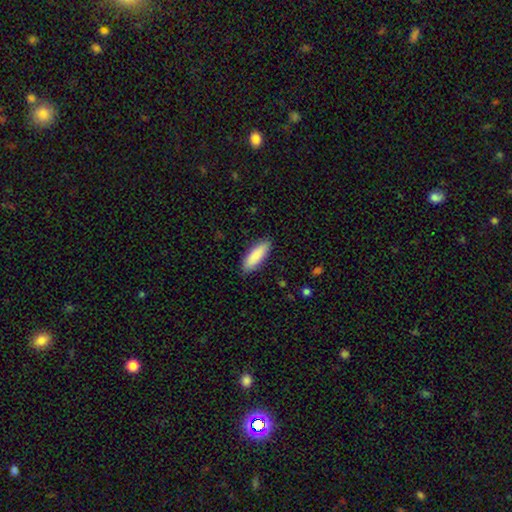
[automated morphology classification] This appears to be a smooth galaxy with no disk features (88%) that is in between round and cigar-shaped (58%). Merging: none (87%).